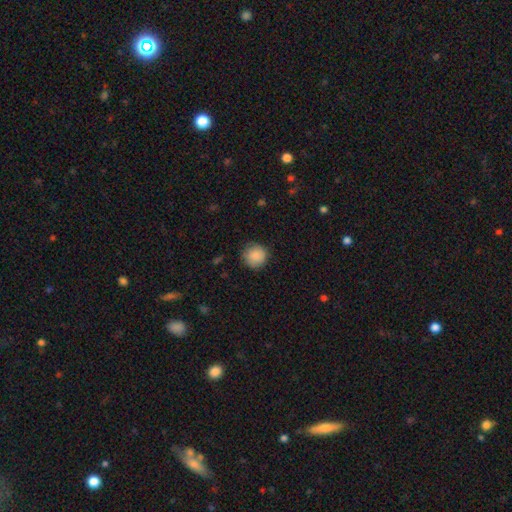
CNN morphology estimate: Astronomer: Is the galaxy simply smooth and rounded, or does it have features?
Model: smooth — 88%.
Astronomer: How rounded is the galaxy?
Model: round — 94%.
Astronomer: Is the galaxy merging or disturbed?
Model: none — 83%.